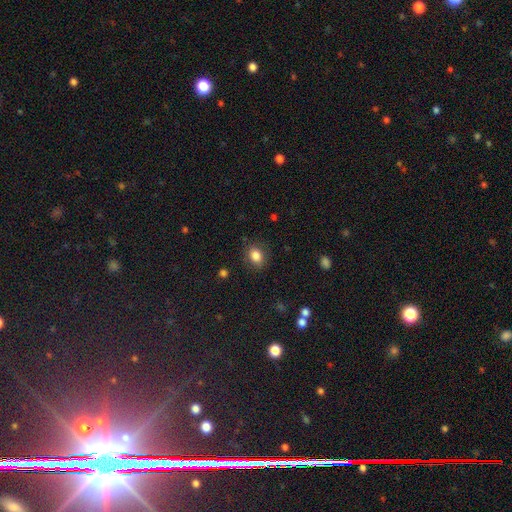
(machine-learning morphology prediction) A smooth galaxy with no disk features (84%) that is in between round and cigar-shaped (62%). Merging: none (84%).